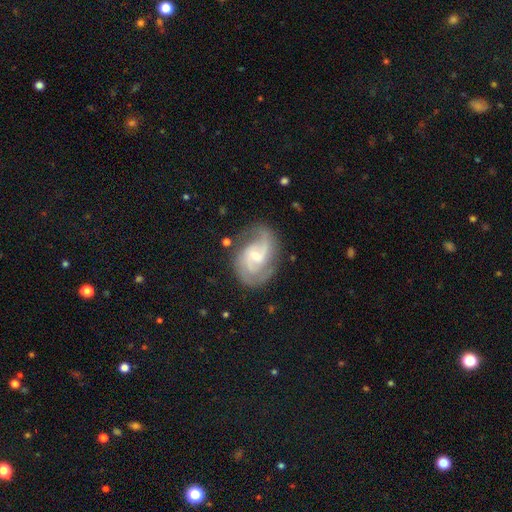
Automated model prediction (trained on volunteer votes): A featured or disk galaxy (85%) with a weak bar (45%), 2 (78%) medium (51%) spiral arms (95%) and a small central bulge (56%).

Vote fractions:
- Smooth or featured? featured or disk: 85% / smooth: 10% / star or artifact: 5%
- Edge-on disk? no: 97% / yes: 3%
- Bar? weak: 45% / no: 44% / strong: 11%
- Spiral arms? yes: 95% / no: 5%
- Spiral winding? medium: 51% / tight: 28% / loose: 21%
- Spiral arm count? 2: 78% / can't tell: 9% / 3: 7% / 1: 4% / 4: 2% / more than 4: 2%
- Bulge size? small: 56% / moderate: 40% / large: 2% / none: 1% / dominant: 1%
- Merging? none: 72% / minor disturbance: 18% / major disturbance: 8% / merger: 2%